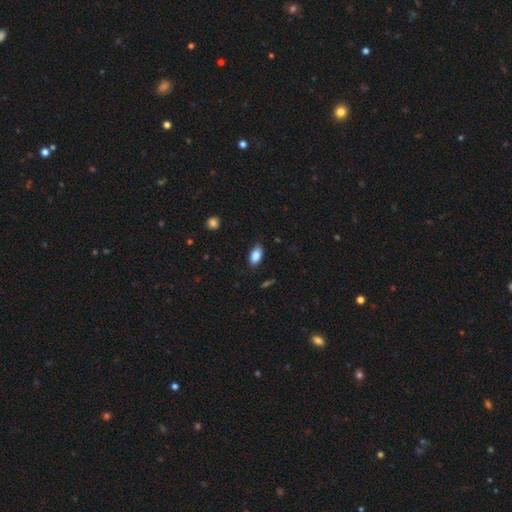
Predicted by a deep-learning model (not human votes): This appears to be a smooth galaxy with no disk features (86%) that is in between round and cigar-shaped (91%). Merging: none (83%).